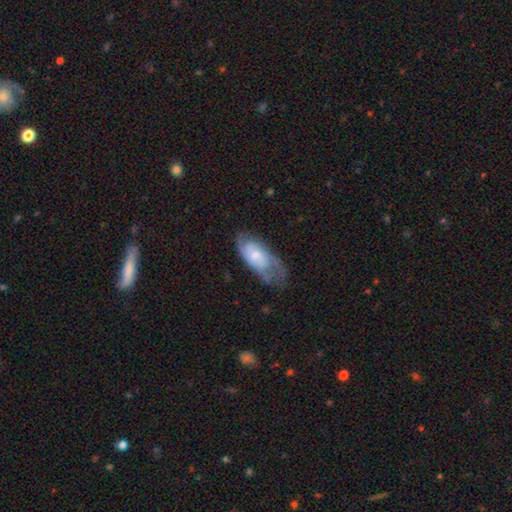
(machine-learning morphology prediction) This is possibly a featured or disk galaxy (56%). It is clearly not viewed edge-on (91%). Bar: likely no (69%). Spiral arm pattern: likely yes (80%). Central bulge: possibly small (46%). Merging: marginally none (44%).